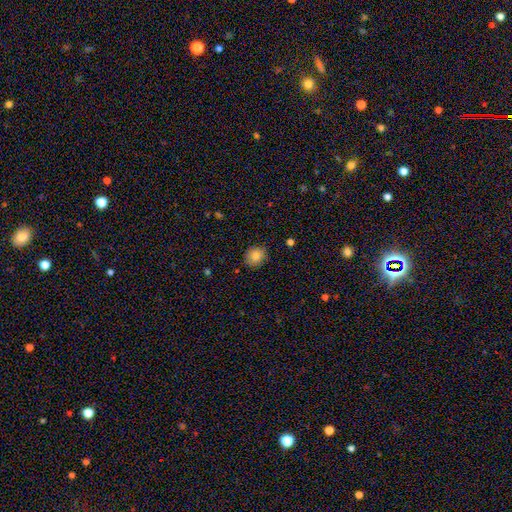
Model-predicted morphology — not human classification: type=smooth (82%); roundness=round (73%); merging=none (86%).